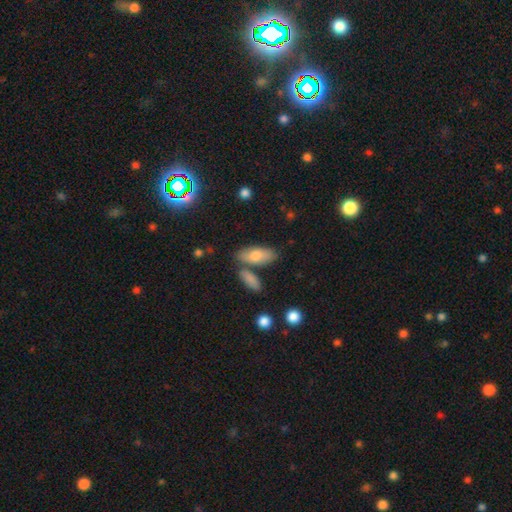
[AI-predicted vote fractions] A smooth galaxy with no disk features (77%) that is in between round and cigar-shaped (80%). Merging: none (70%).